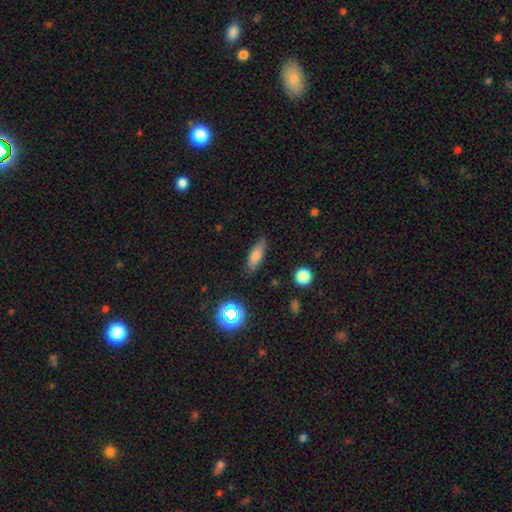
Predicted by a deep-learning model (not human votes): Overall: smooth (75%). How rounded: in between (56%; cigar-shaped 39%). Merging: none (85%).